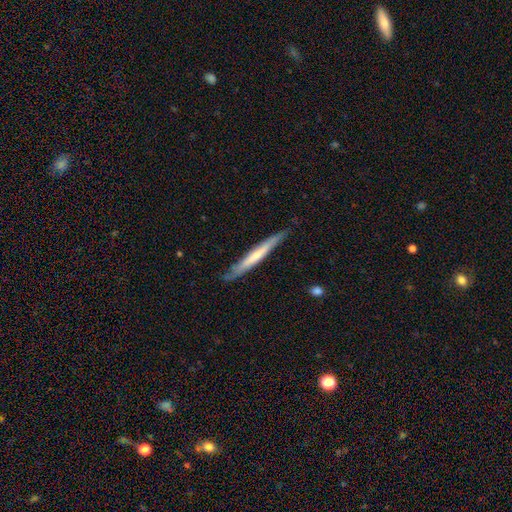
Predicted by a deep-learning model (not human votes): Smooth or featured?
  - featured or disk: 51% *
  - smooth: 44%
  - star or artifact: 5%
Edge-on disk?
  - yes: 92% *
  - no: 8%
Merging?
  - none: 83% *
  - minor disturbance: 13%
  - major disturbance: 2%
  - merger: 1%